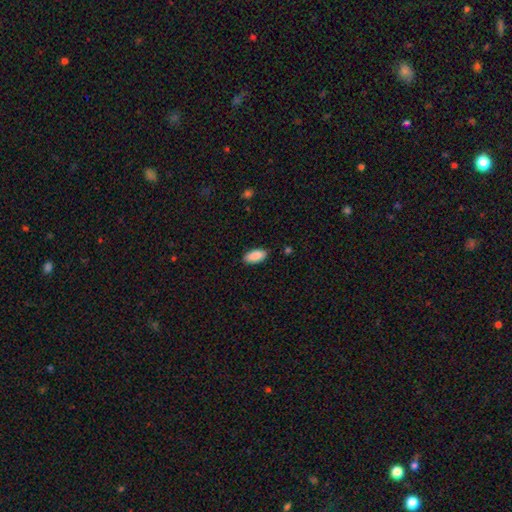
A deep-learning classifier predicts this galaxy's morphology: type=smooth (90%); roundness=in between (90%); merging=none (86%).